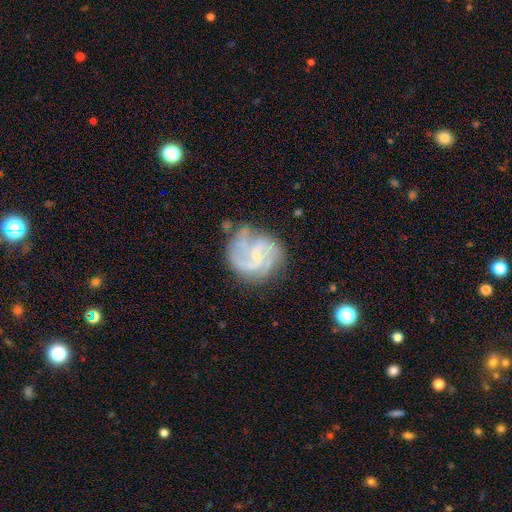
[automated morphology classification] A featured or disk galaxy (86%) with a weak bar (52%), 2 (49%) medium (52%) spiral arms (96%) and a small central bulge (72%).

Vote fractions:
- Smooth or featured? featured or disk: 86% / smooth: 8% / star or artifact: 6%
- Edge-on disk? no: 98% / yes: 2%
- Bar? weak: 52% / no: 37% / strong: 11%
- Spiral arms? yes: 96% / no: 4%
- Spiral winding? medium: 52% / tight: 26% / loose: 22%
- Spiral arm count? 2: 49% / 3: 24% / can't tell: 13% / 4: 6% / 1: 4% / more than 4: 4%
- Bulge size? small: 72% / moderate: 16% / none: 10% / large: 1% / dominant: 1%
- Merging? none: 65% / minor disturbance: 21% / major disturbance: 11% / merger: 3%